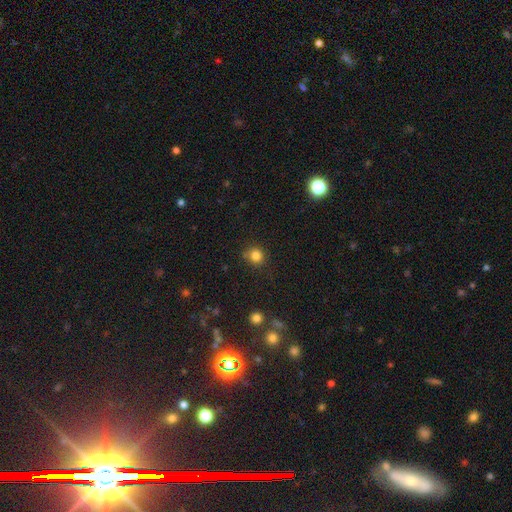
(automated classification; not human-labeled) Smooth or featured? Predicted: smooth (p=0.83). How rounded? Predicted: round (p=0.88). Merging? Predicted: none (p=0.82).